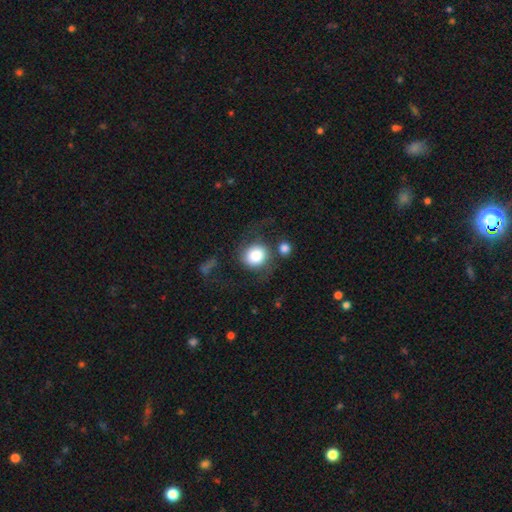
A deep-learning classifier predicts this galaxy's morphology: type=smooth (71%); roundness=round (80%); merging=none (49%).